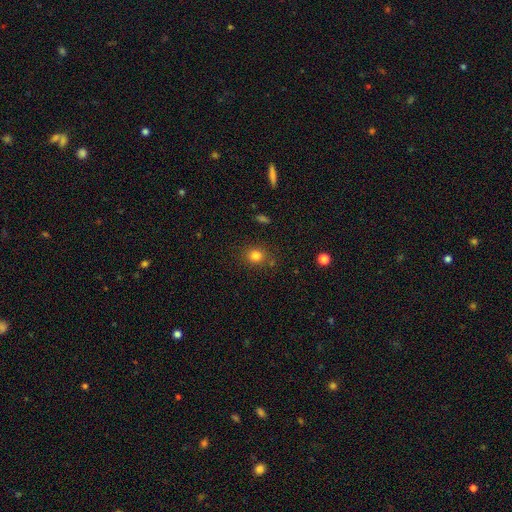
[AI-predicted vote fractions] Overall: smooth (81%). How rounded: round (72%). Merging: none (81%).